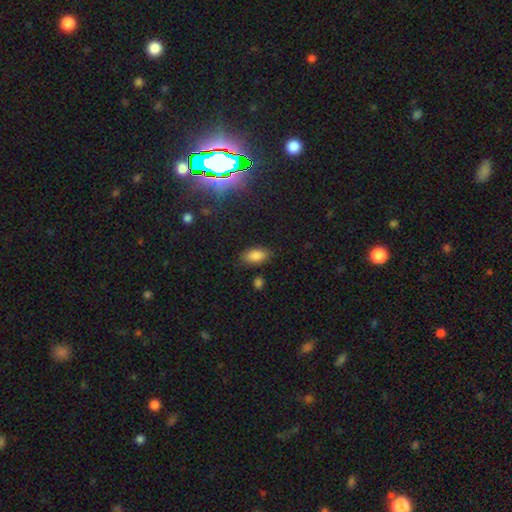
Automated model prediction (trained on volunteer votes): Smooth or featured?
  - smooth: 84% *
  - star or artifact: 10%
  - featured or disk: 6%
How rounded?
  - in between: 91% *
  - round: 6%
  - cigar-shaped: 4%
Merging?
  - none: 82% *
  - minor disturbance: 12%
  - major disturbance: 3%
  - merger: 2%